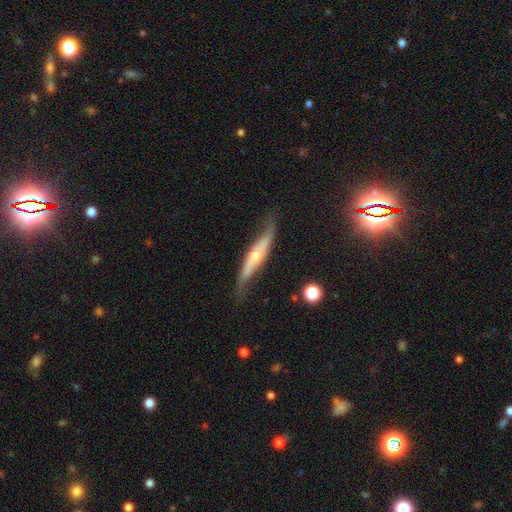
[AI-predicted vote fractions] Overall: featured or disk (70%). Edge-on disk: yes (63%; no 37%). Merging: none (62%; minor disturbance 26%).